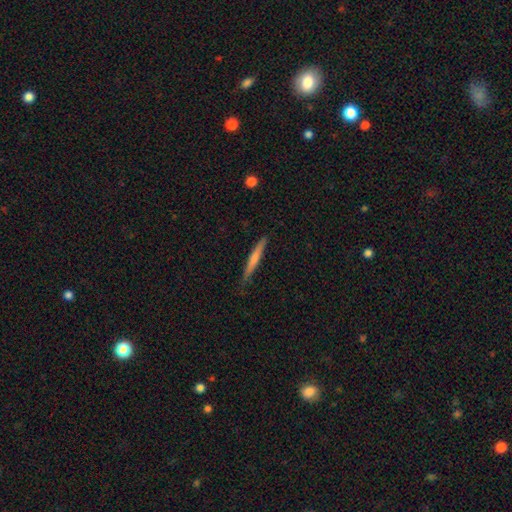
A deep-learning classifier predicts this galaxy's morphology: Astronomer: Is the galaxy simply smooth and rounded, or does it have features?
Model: smooth — 53% (runner-up: featured or disk, 41%).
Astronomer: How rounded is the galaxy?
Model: cigar-shaped — 96%.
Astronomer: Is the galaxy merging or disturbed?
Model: none — 85%.